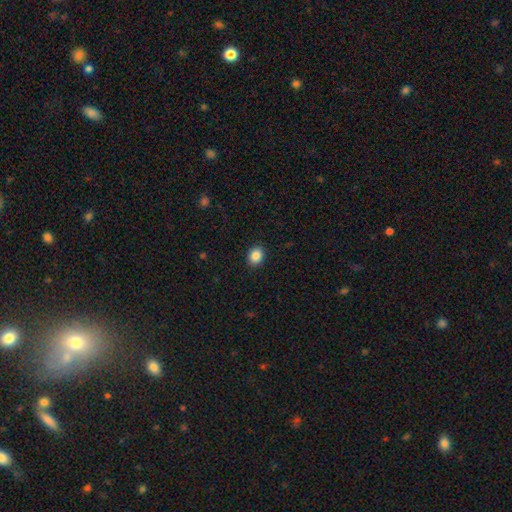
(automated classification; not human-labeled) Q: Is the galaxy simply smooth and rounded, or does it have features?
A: smooth — 86%.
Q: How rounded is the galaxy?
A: round — 57%.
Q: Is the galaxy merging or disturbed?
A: none — 91%.